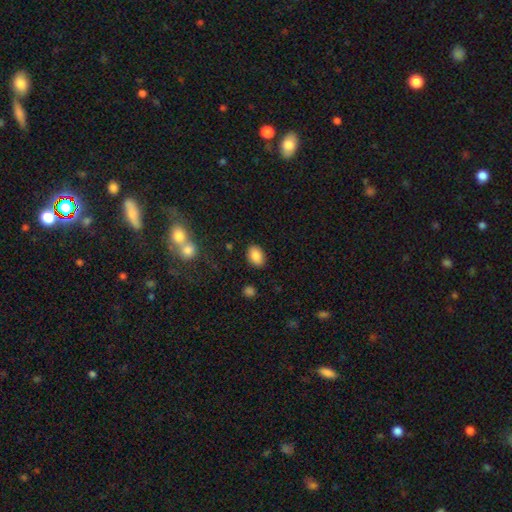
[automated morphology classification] smooth_or_featured: smooth (p=0.87) [alt: star or artifact p=0.08]
how_rounded: in between (p=0.85) [alt: round p=0.13]
merging: none (p=0.86) [alt: minor disturbance p=0.10]